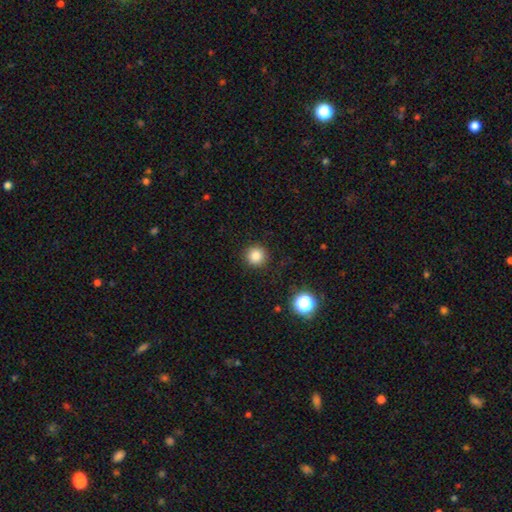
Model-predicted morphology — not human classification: This appears to be a smooth galaxy with no disk features (84%) that is round (95%). Merging: none (91%).